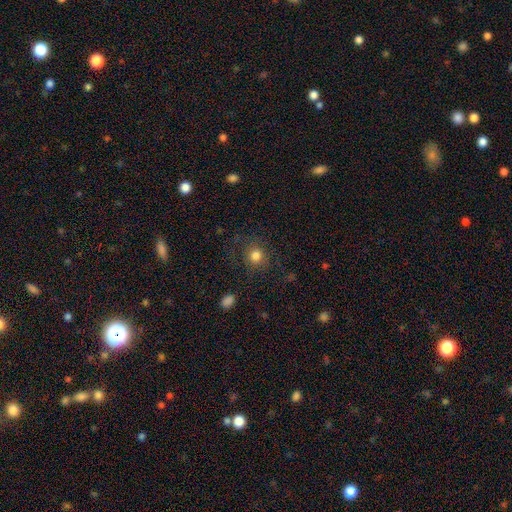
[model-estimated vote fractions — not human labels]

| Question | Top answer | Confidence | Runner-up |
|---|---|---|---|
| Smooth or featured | smooth | 81% | star or artifact (13%) |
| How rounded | round | 88% | in between (11%) |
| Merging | none | 81% | minor disturbance (11%) |